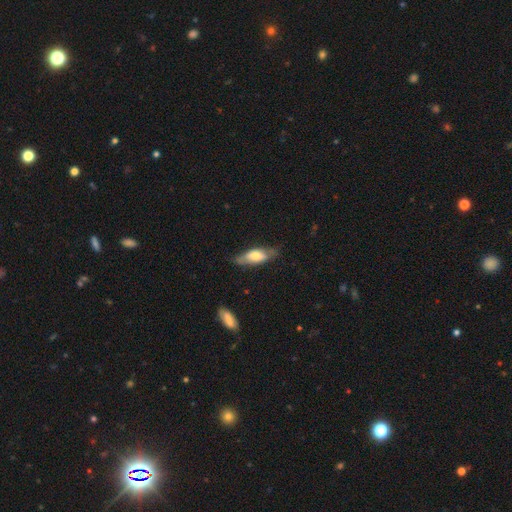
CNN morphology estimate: Q: Smooth or featured?
A: smooth (58%); runner-up: featured or disk (36%)
Q: How rounded?
A: in between (67%); runner-up: cigar-shaped (31%)
Q: Merging?
A: none (70%); runner-up: minor disturbance (23%)